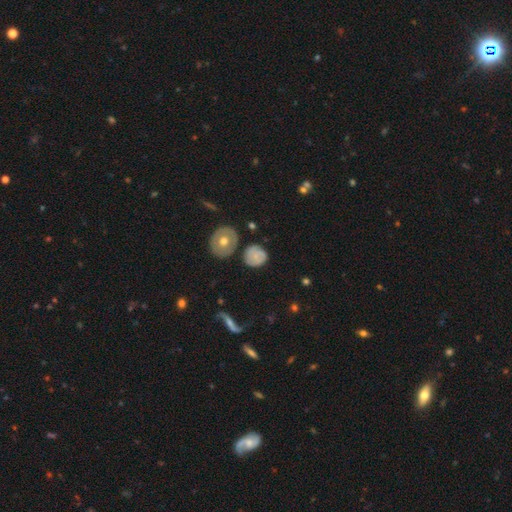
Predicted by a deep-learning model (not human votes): A smooth galaxy with no disk features (63%) that is round (79%).

Vote fractions:
- Smooth or featured? smooth: 63% / featured or disk: 28% / star or artifact: 9%
- How rounded? round: 79% / in between: 20% / cigar-shaped: 1%
- Merging? none: 71% / minor disturbance: 18% / major disturbance: 6% / merger: 5%